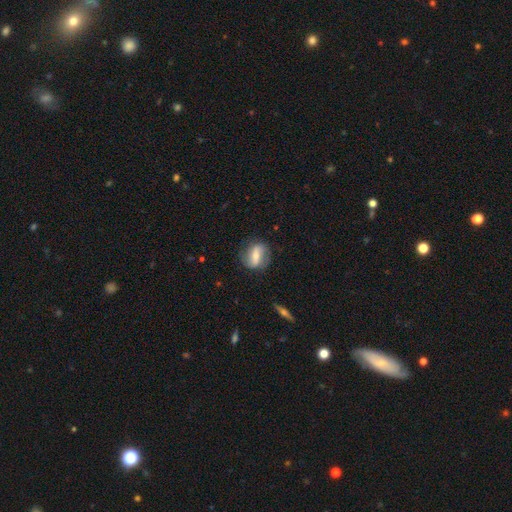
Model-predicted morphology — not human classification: This appears to be a featured or disk galaxy (61%) with a strong bar (54%), spiral arms (72%) and a moderate central bulge (51%). Merging: none (78%).